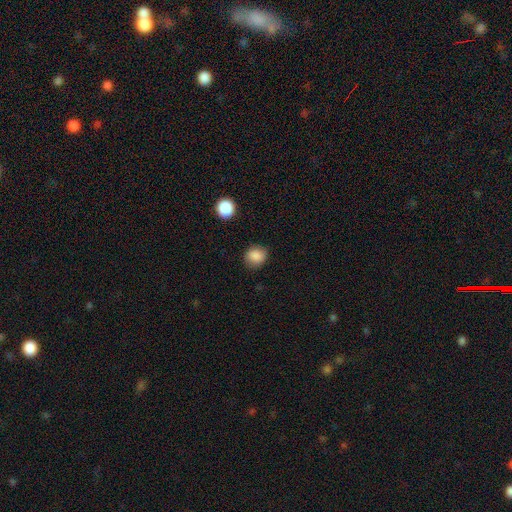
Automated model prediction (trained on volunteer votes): Q: Smooth or featured?
A: smooth (86%); runner-up: star or artifact (9%)
Q: How rounded?
A: round (78%); runner-up: in between (21%)
Q: Merging?
A: none (84%); runner-up: minor disturbance (11%)